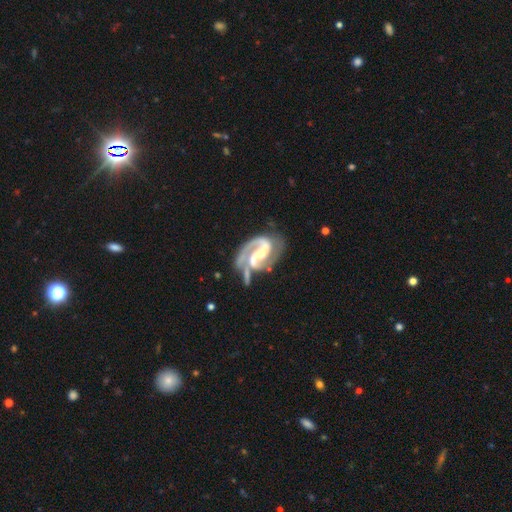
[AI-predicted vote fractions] Q: Smooth or featured?
A: featured or disk (91%); runner-up: star or artifact (5%)
Q: Edge-on disk?
A: no (98%); runner-up: yes (2%)
Q: Bar?
A: weak (46%); runner-up: strong (33%)
Q: Spiral arms?
A: yes (98%); runner-up: no (2%)
Q: Spiral winding?
A: medium (53%); runner-up: tight (31%)
Q: Spiral arm count?
A: 2 (82%); runner-up: 1 (7%)
Q: Bulge size?
A: moderate (44%); runner-up: small (36%)
Q: Merging?
A: none (48%); runner-up: minor disturbance (22%)